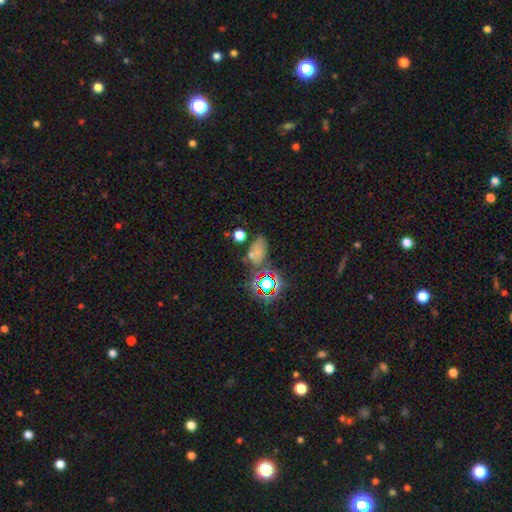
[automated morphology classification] Smooth or featured: star or artifact — 46% (smooth — 40%)